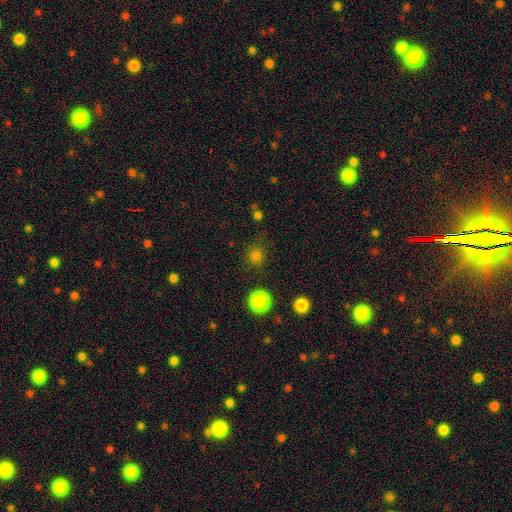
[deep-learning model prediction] Smooth or featured: smooth — 75% (star or artifact — 21%)
How rounded: round — 91% (in between — 8%)
Merging: none — 82% (minor disturbance — 10%)